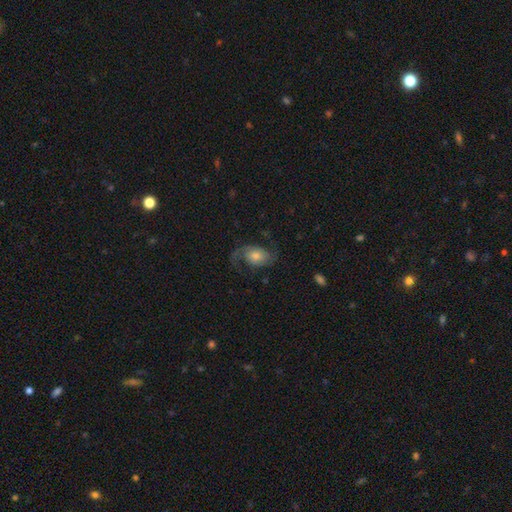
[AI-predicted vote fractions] featured or disk 77%, smooth 16%, star or artifact 7%. Down the decision tree: edge-on disk — no (97%); bar — no (68%); spiral arms — yes (95%); spiral arm count — 2 (87%); spiral winding — loose (48%); bulge size — moderate (53%); merging — none (69%).